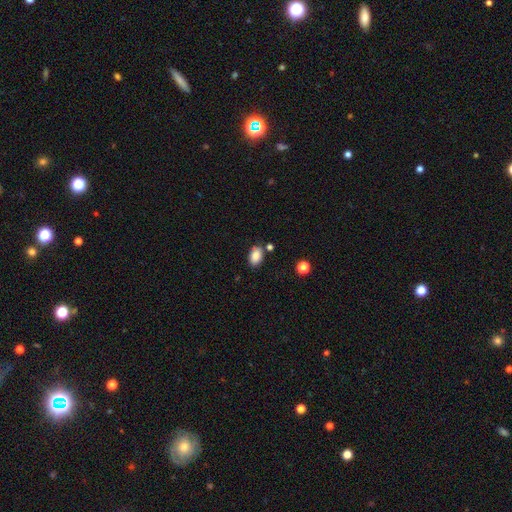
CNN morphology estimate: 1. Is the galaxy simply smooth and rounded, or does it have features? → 86% smooth, 9% star or artifact, 5% featured or disk.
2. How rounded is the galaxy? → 86% in between, 12% round, 1% cigar-shaped.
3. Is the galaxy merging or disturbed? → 78% none, 13% minor disturbance, 6% merger, 3% major disturbance.